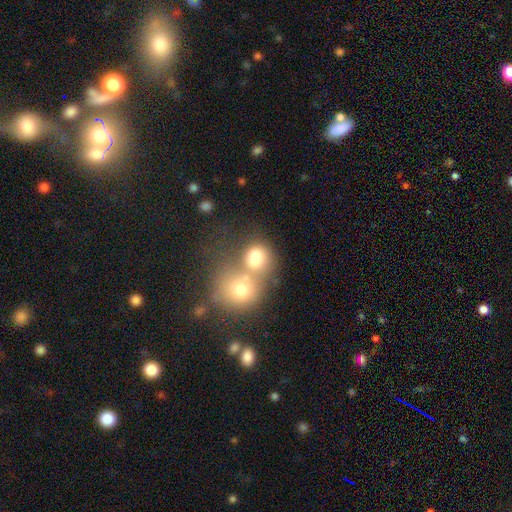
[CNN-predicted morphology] This appears to be a smooth galaxy with no disk features (71%) that is round (67%). Merging: merger (59%).